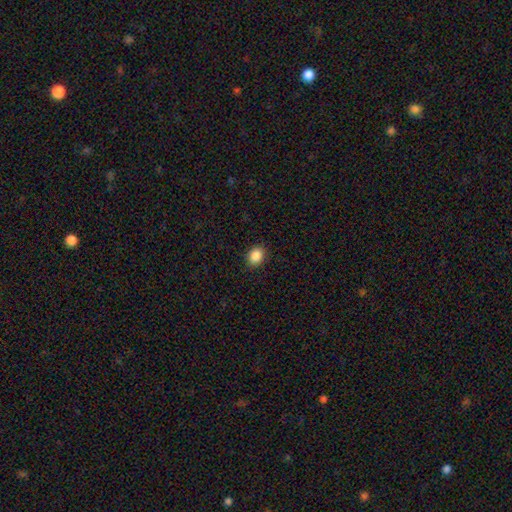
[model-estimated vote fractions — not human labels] A smooth galaxy with no disk features (88%) that is in between round and cigar-shaped (56%).

Vote fractions:
- Smooth or featured? smooth: 88% / star or artifact: 9% / featured or disk: 3%
- How rounded? in between: 56% / round: 43% / cigar-shaped: 1%
- Merging? none: 89% / minor disturbance: 8% / major disturbance: 2% / merger: 1%